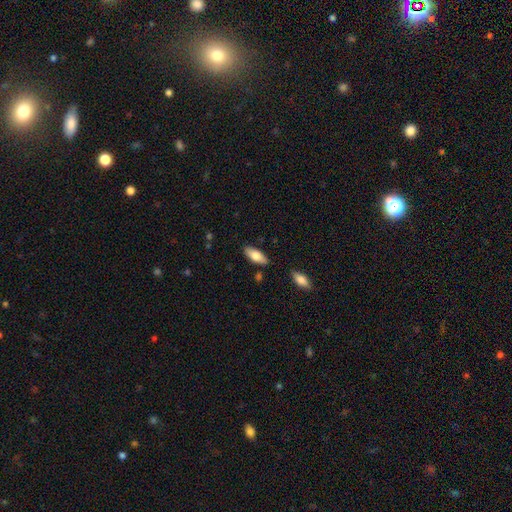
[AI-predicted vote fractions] smooth_or_featured: smooth (p=0.76) [alt: featured or disk p=0.18]
how_rounded: in between (p=0.80) [alt: cigar-shaped p=0.18]
merging: none (p=0.84) [alt: minor disturbance p=0.11]